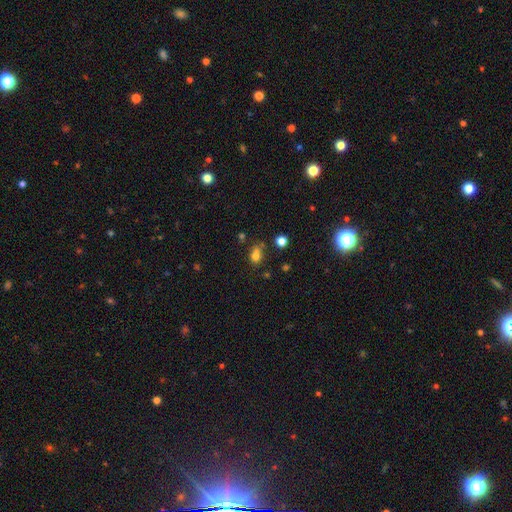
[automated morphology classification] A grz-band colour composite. It shows a smooth galaxy with no disk features (73%) that is in between round and cigar-shaped (50%). Merging: none (49%).